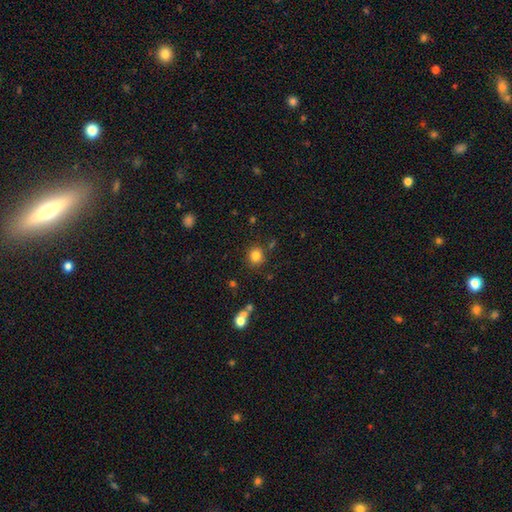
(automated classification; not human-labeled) Smooth or featured? Predicted: smooth (p=0.82). How rounded? Predicted: round (p=0.86). Merging? Predicted: none (p=0.82).